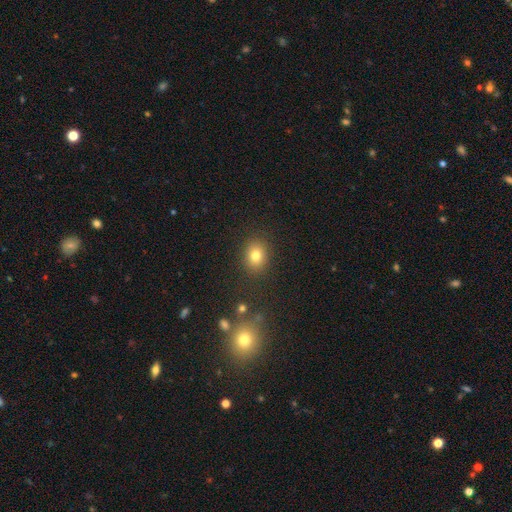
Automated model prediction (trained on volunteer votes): Q: Smooth or featured?
A: smooth (79%); runner-up: star or artifact (13%)
Q: How rounded?
A: round (54%); runner-up: in between (45%)
Q: Merging?
A: none (86%); runner-up: minor disturbance (9%)